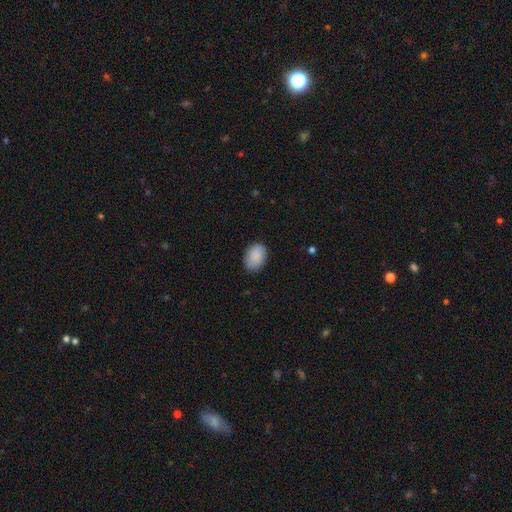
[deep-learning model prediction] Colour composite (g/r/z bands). It shows a smooth galaxy with no disk features (86%) that is in between round and cigar-shaped (77%). Merging: none (83%).